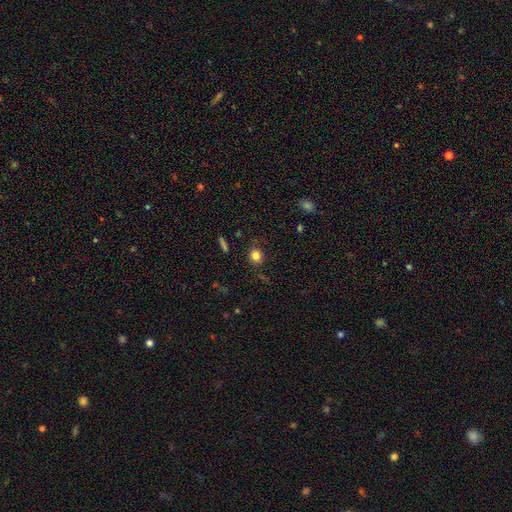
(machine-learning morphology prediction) A smooth galaxy with no disk features (82%) that is round (83%). Merging: none (85%).